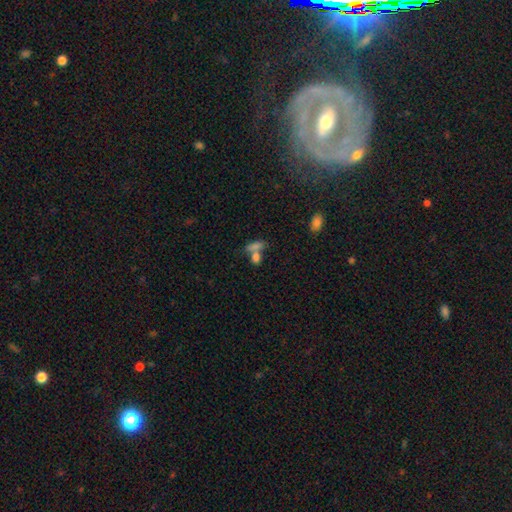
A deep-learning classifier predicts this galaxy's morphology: Q: Smooth or featured?
A: smooth (72%); runner-up: star or artifact (14%)
Q: How rounded?
A: in between (60%); runner-up: round (25%)
Q: Merging?
A: merger (48%); runner-up: none (37%)